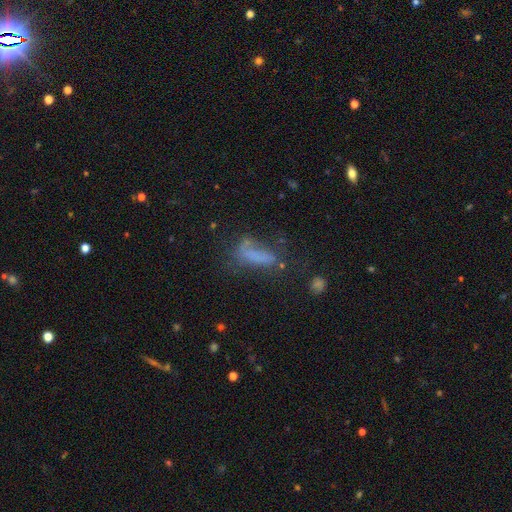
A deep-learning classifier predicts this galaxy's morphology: A smooth galaxy with no disk features (55%) that is in between round and cigar-shaped (54%). Merging: none (36%).